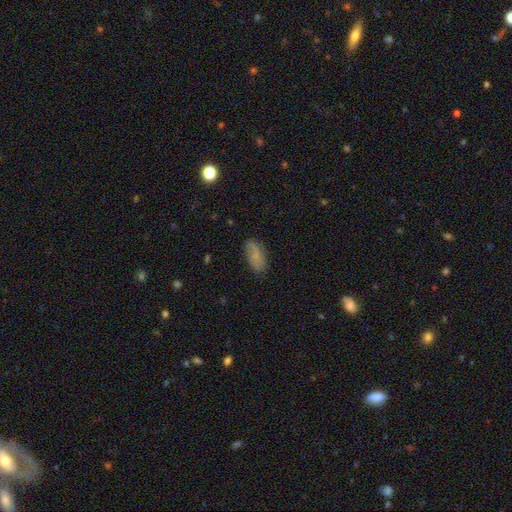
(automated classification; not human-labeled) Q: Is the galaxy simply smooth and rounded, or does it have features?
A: smooth — 76%.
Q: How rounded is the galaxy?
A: in between — 90%.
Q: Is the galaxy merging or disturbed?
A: none — 74%.